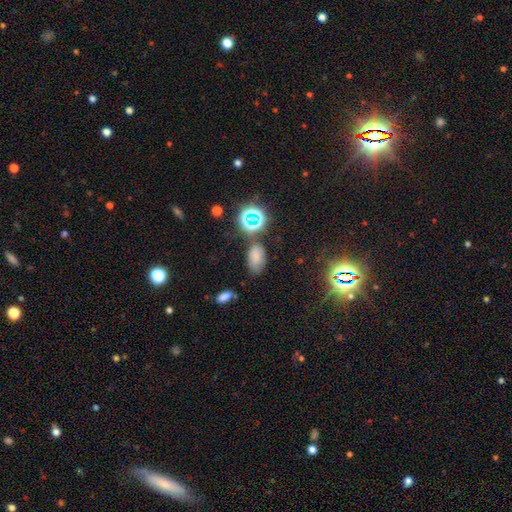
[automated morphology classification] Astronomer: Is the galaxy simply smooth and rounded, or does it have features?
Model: smooth — 64%.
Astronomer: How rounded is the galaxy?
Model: in between — 89%.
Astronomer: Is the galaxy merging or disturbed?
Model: none — 63%.